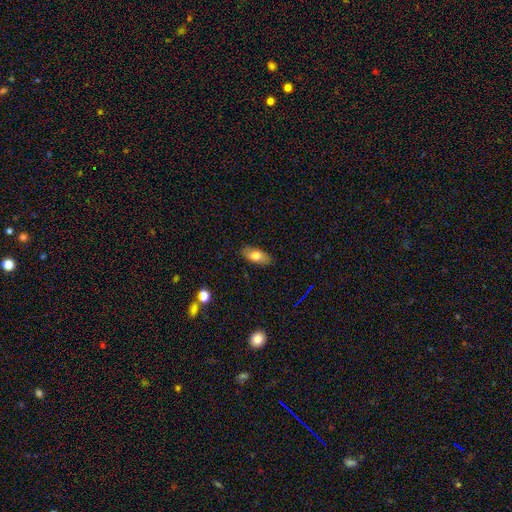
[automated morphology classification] This is likely a smooth galaxy (75%). How rounded: clearly in between (86%). Merging: clearly none (87%).